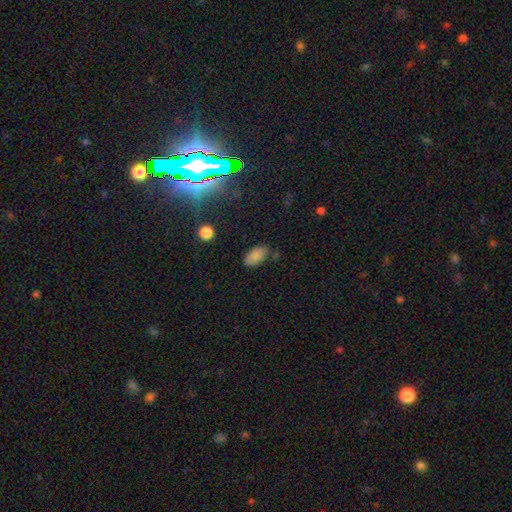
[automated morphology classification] A smooth galaxy with no disk features (83%) that is in between round and cigar-shaped (93%).

Vote fractions:
- Smooth or featured? smooth: 83% / star or artifact: 10% / featured or disk: 7%
- How rounded? in between: 93% / round: 4% / cigar-shaped: 2%
- Merging? none: 72% / minor disturbance: 20% / major disturbance: 4% / merger: 4%